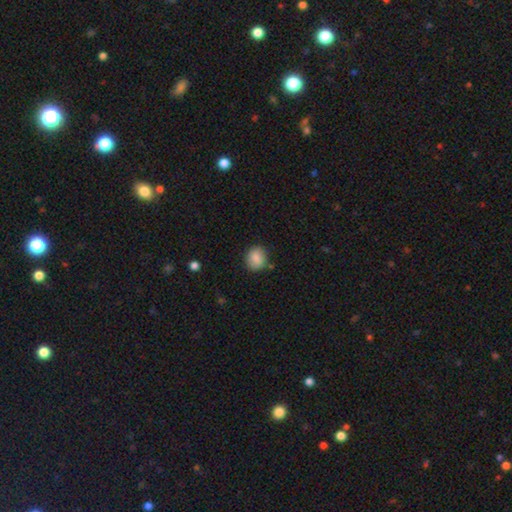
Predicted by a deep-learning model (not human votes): Overall: smooth (85%). How rounded: round (63%; in between 36%). Merging: none (84%).